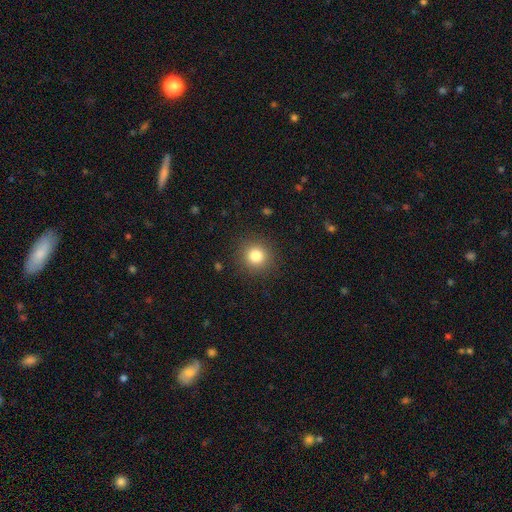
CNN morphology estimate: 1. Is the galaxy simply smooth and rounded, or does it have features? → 82% smooth, 12% star or artifact, 6% featured or disk.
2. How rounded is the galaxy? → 92% round, 7% in between, 1% cigar-shaped.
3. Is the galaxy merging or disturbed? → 90% none, 7% minor disturbance, 3% major disturbance, 1% merger.